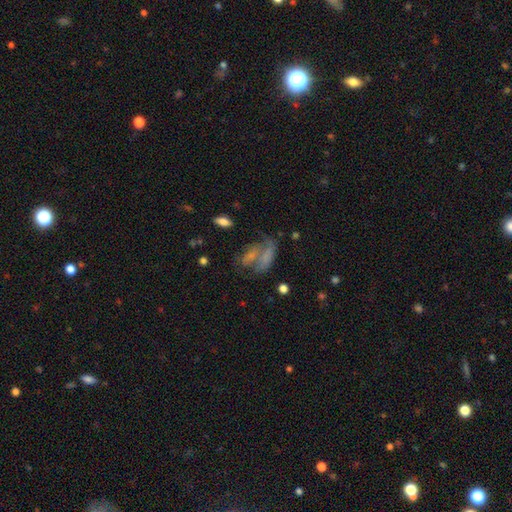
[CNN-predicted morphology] Smooth or featured?
  - smooth: 40% *
  - featured or disk: 39%
  - star or artifact: 20%
Merging?
  - none: 37% *
  - merger: 25%
  - major disturbance: 21%
  - minor disturbance: 18%